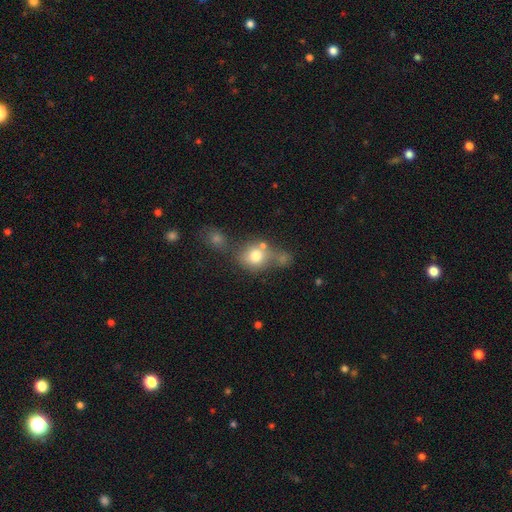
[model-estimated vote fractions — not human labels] Overall: smooth (73%). How rounded: round (69%; in between 30%). Merging: none (43%; merger 32%).